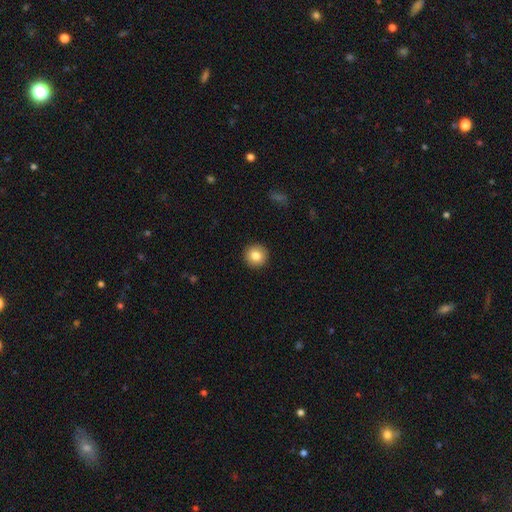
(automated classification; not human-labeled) Overall: smooth (83%). How rounded: round (95%). Merging: none (93%).